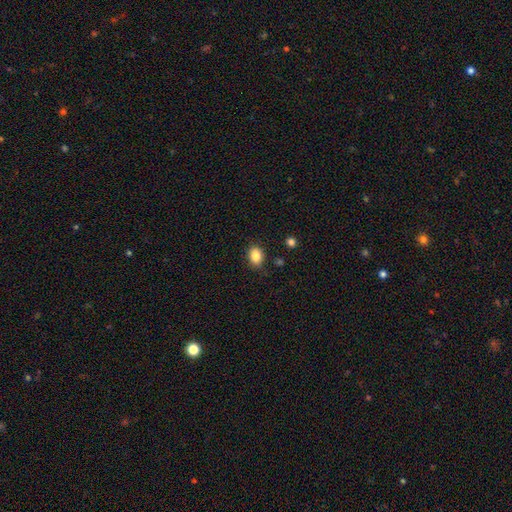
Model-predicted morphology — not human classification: This appears to be a smooth galaxy with no disk features (86%) that is in between round and cigar-shaped (67%). Merging: none (85%).